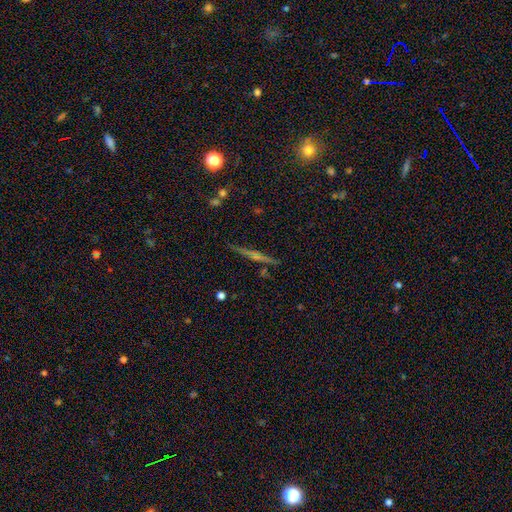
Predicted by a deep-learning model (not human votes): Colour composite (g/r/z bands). It shows a featured or disk galaxy (67%) viewed edge-on (97%) with a rounded central bulge (59%). Merging: none (90%).